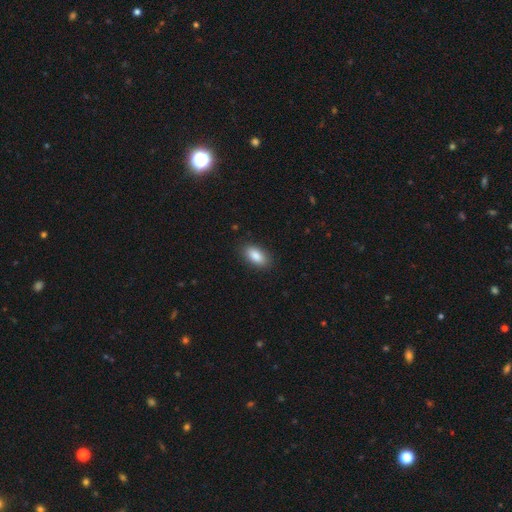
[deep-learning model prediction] This is clearly a smooth galaxy (88%). How rounded: clearly in between (91%). Merging: clearly none (87%).